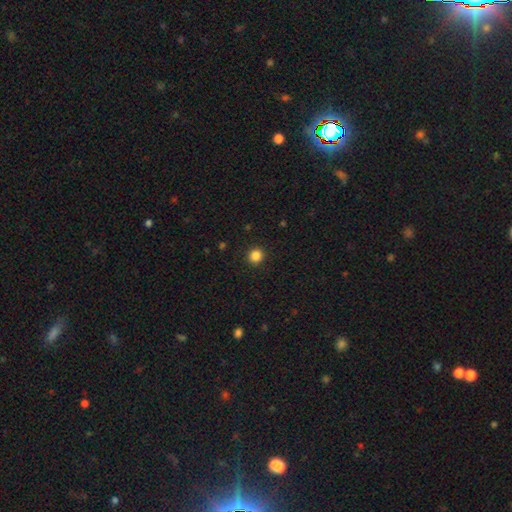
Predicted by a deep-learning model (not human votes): smooth 85%, star or artifact 12%, featured or disk 3%. Down the decision tree: how rounded — round (91%); merging — none (92%).